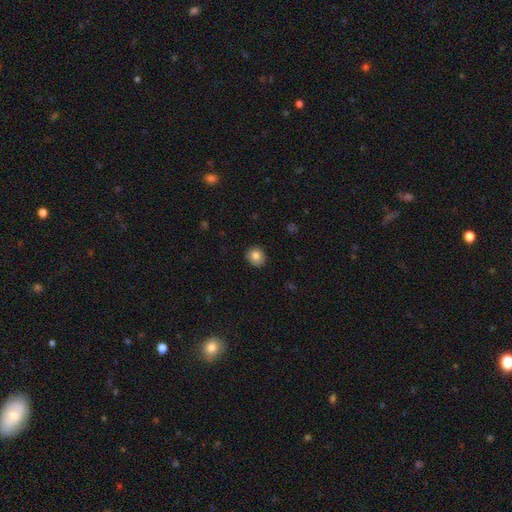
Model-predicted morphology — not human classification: This appears to be a smooth galaxy with no disk features (82%) that is round (82%). Merging: none (88%).